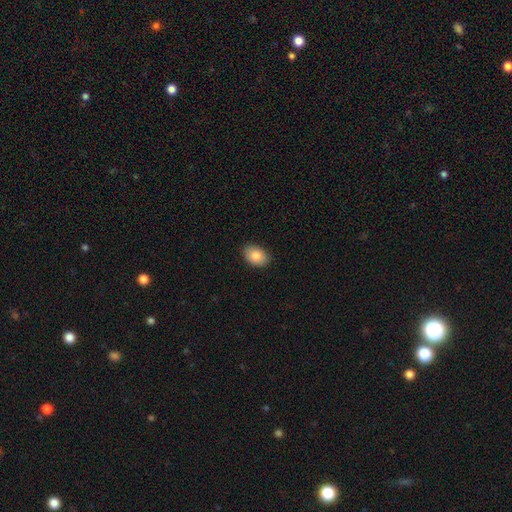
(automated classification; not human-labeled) smooth 85%, featured or disk 8%, star or artifact 7%. Down the decision tree: how rounded — in between (84%); merging — none (89%).